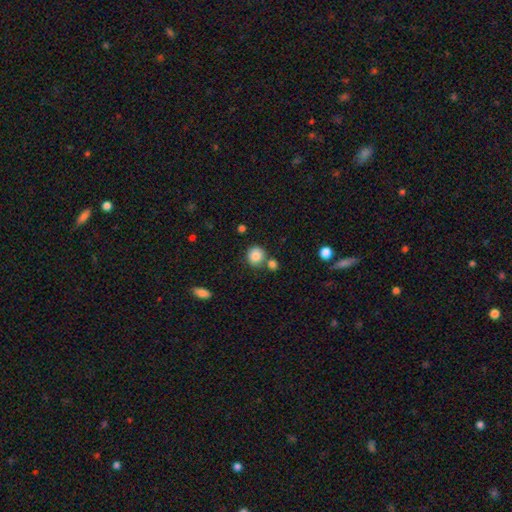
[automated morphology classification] type=smooth (85%); roundness=round (86%); merging=none (68%).